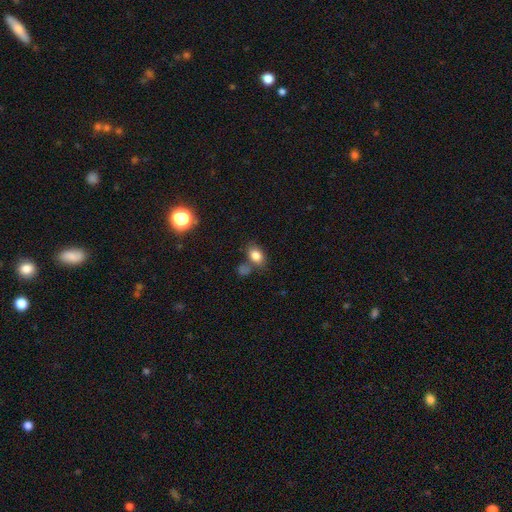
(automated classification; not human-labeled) smooth-or-featured: smooth: 81% | star or artifact: 10% | featured or disk: 9%
  how-rounded: in between: 78% | round: 20% | cigar-shaped: 2%
  merging: none: 59% | merger: 18% | minor disturbance: 17% | major disturbance: 6%